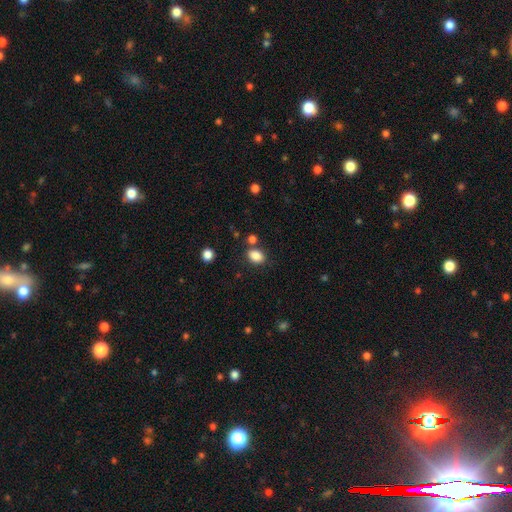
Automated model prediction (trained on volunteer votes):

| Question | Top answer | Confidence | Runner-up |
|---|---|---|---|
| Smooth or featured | smooth | 86% | star or artifact (10%) |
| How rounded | in between | 73% | round (26%) |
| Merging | none | 75% | minor disturbance (12%) |